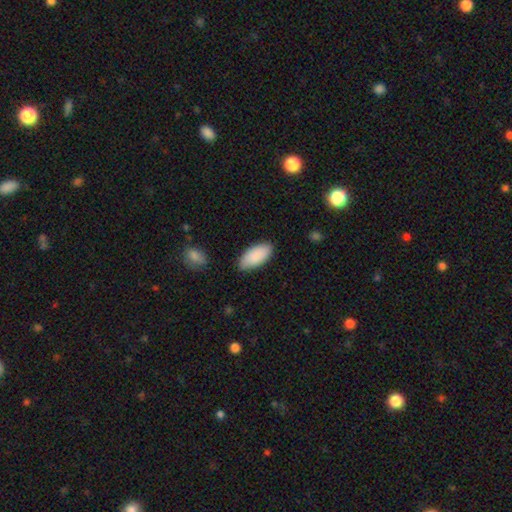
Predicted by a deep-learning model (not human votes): This is clearly a smooth galaxy (89%). How rounded: clearly in between (92%). Merging: clearly none (83%).